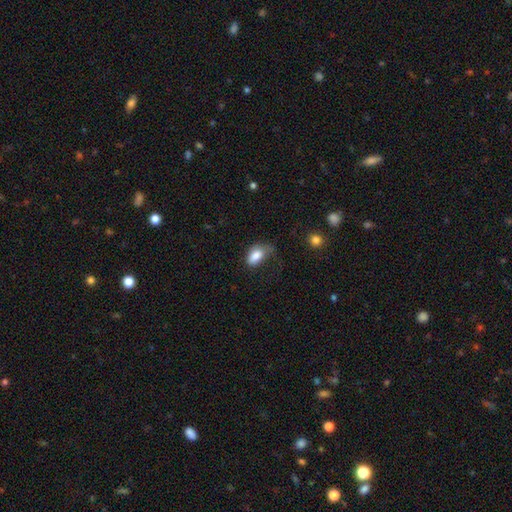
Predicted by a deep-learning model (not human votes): This appears to be a smooth galaxy with no disk features (83%) that is in between round and cigar-shaped (91%). Merging: none (36%).